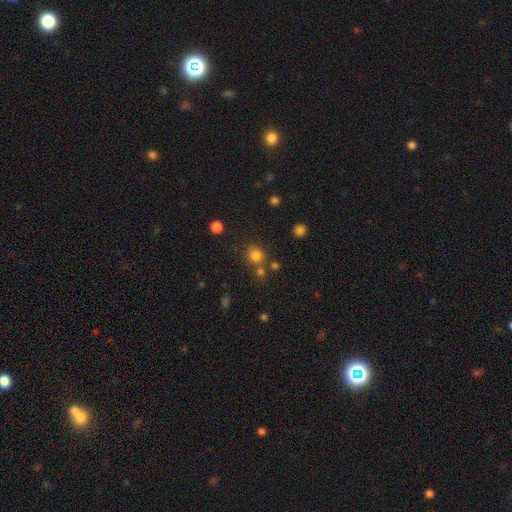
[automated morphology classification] Smooth or featured? Predicted: smooth (p=0.78). How rounded? Predicted: round (p=0.84). Merging? Predicted: none (p=0.68).